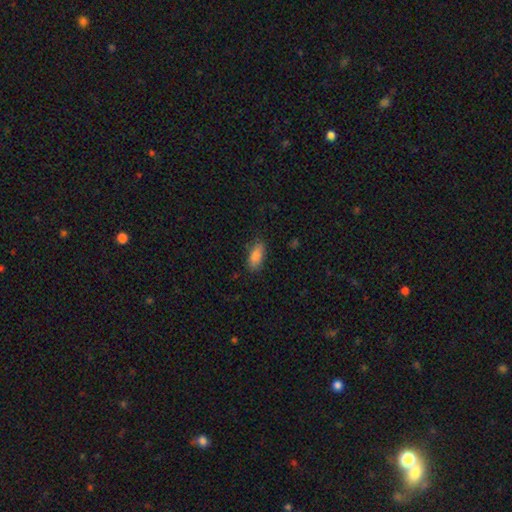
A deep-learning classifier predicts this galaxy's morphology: A smooth galaxy with no disk features (85%) that is in between round and cigar-shaped (84%). Merging: none (80%).